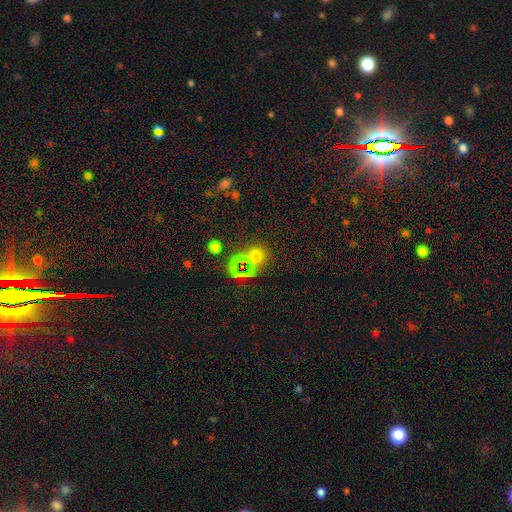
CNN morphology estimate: smooth_or_featured: smooth (p=0.56) [alt: star or artifact p=0.35]
how_rounded: round (p=0.85) [alt: in between p=0.14]
merging: none (p=0.63) [alt: merger p=0.23]